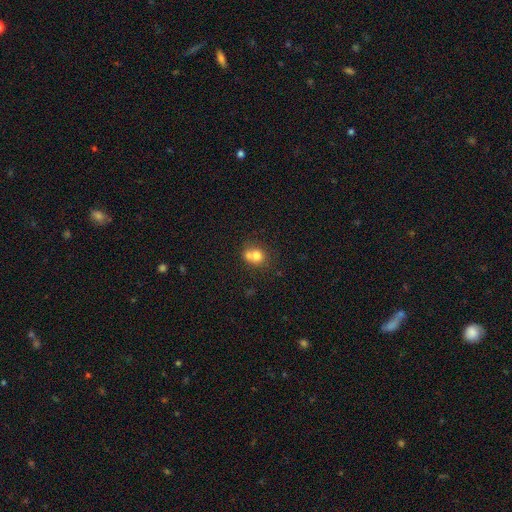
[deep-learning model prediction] Morphology: type=smooth (73%); roundness=round (72%); merging=merger (53%).